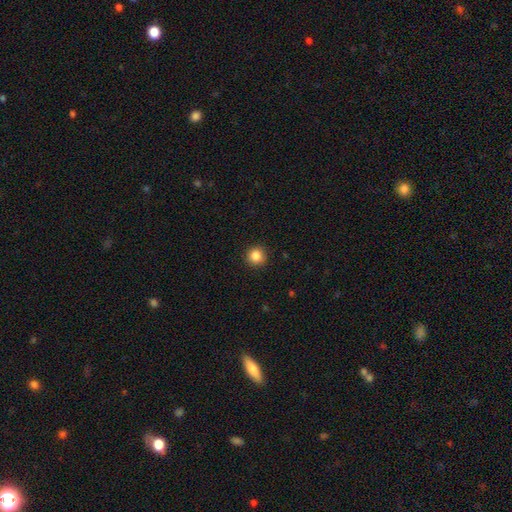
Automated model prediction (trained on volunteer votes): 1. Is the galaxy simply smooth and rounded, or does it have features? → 85% smooth, 11% star or artifact, 4% featured or disk.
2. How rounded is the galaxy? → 93% round, 6% in between, 1% cigar-shaped.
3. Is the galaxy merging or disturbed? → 91% none, 6% minor disturbance, 2% major disturbance, 1% merger.